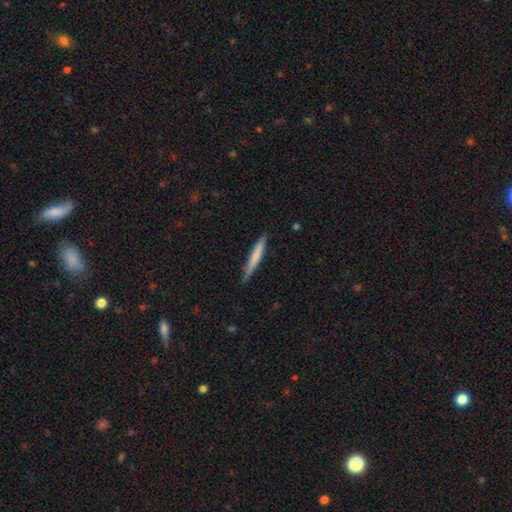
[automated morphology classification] A smooth galaxy with no disk features (68%) that is cigar-shaped (95%). Merging: none (80%).